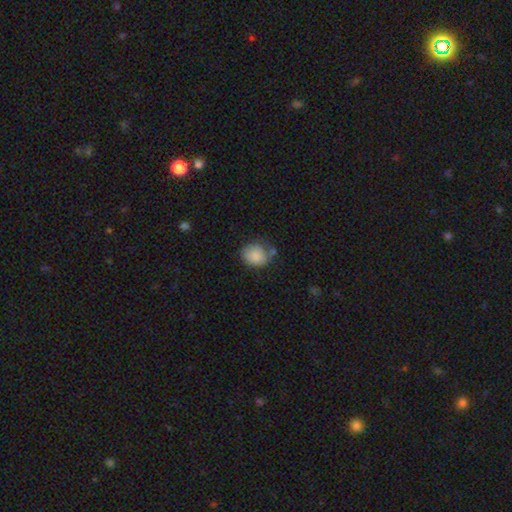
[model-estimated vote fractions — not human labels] The model was most divided on "how rounded": round: 59%, in between: 40%, cigar-shaped: 1%. More confident: smooth or featured — smooth (84%); merging — none (53%).